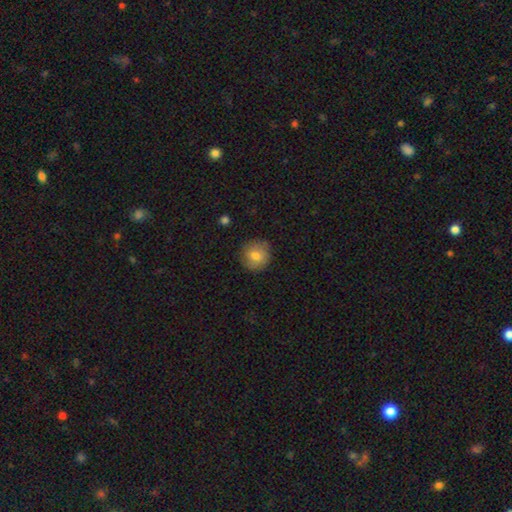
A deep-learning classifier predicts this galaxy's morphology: Smooth or featured? smooth (79%)
How rounded? round (92%)
Merging? none (86%)